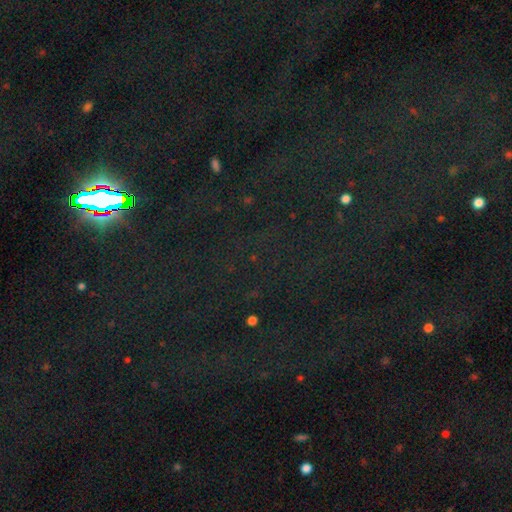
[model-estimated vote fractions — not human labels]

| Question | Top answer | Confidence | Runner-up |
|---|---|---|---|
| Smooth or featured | star or artifact | 82% | smooth (10%) |